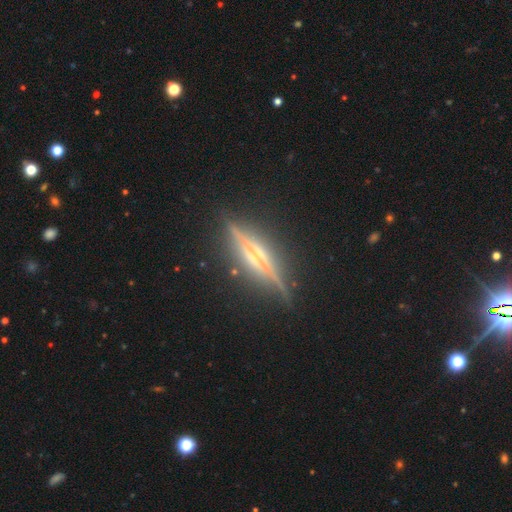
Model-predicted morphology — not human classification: featured or disk 85%, smooth 9%, star or artifact 7%. Down the decision tree: edge-on disk — yes (96%); edge-on bulge — rounded (63%); merging — none (83%).